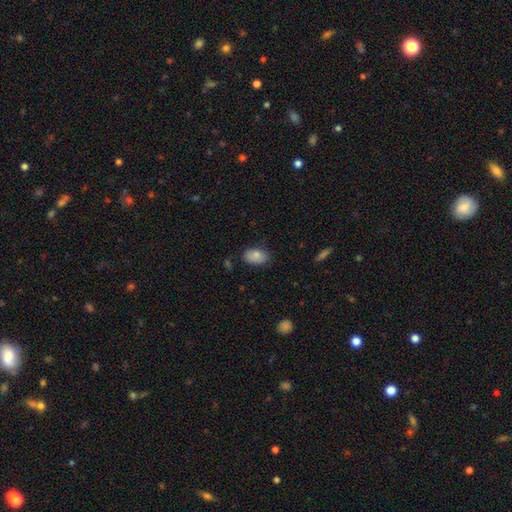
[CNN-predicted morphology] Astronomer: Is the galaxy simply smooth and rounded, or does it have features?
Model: smooth — 84%.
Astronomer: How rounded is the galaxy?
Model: in between — 90%.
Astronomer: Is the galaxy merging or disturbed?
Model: none — 77%.